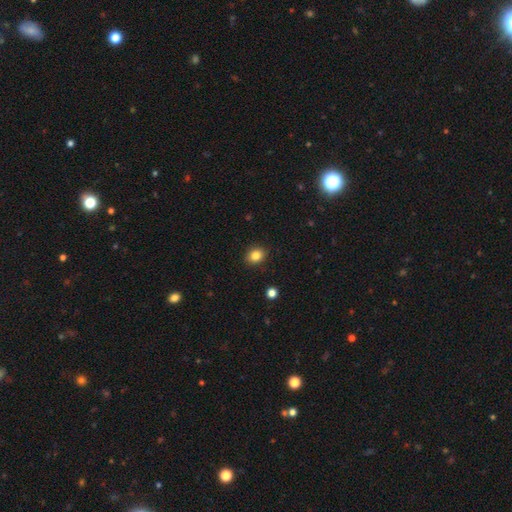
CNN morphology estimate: smooth 84%, star or artifact 11%, featured or disk 6%. Down the decision tree: how rounded — round (58%); merging — none (89%).